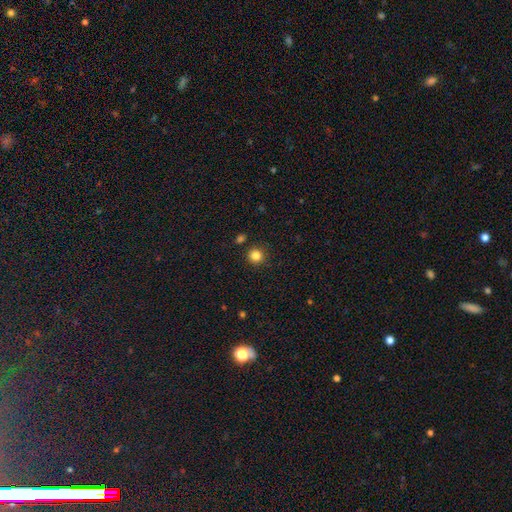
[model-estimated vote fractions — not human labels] Smooth or featured: smooth — 84% (star or artifact — 12%)
How rounded: round — 94% (in between — 5%)
Merging: none — 89% (minor disturbance — 6%)